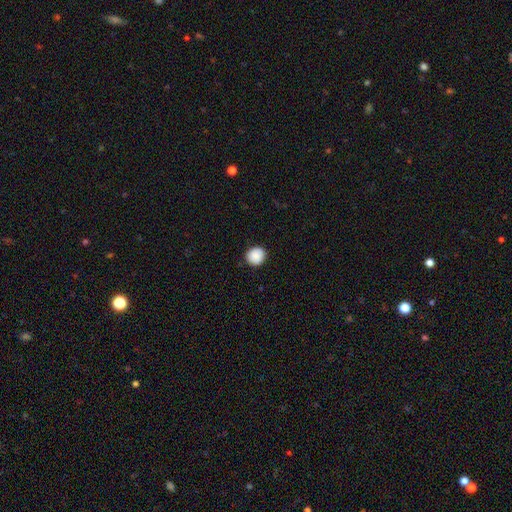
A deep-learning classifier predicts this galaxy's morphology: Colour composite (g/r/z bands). It shows a smooth galaxy with no disk features (89%) that is round (90%). Merging: none (90%).